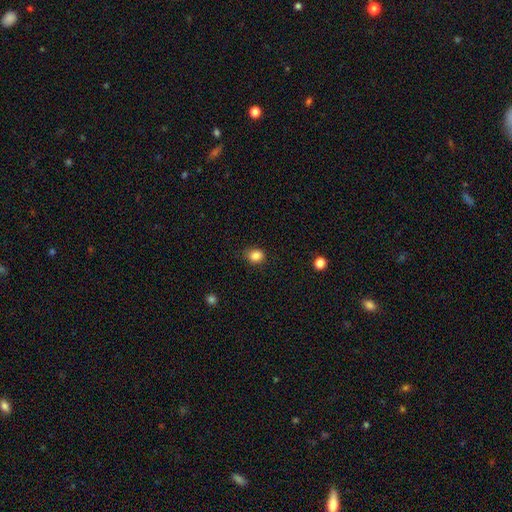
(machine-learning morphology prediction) Smooth or featured? Predicted: smooth (p=0.86). How rounded? Predicted: round (p=0.65). Merging? Predicted: none (p=0.83).